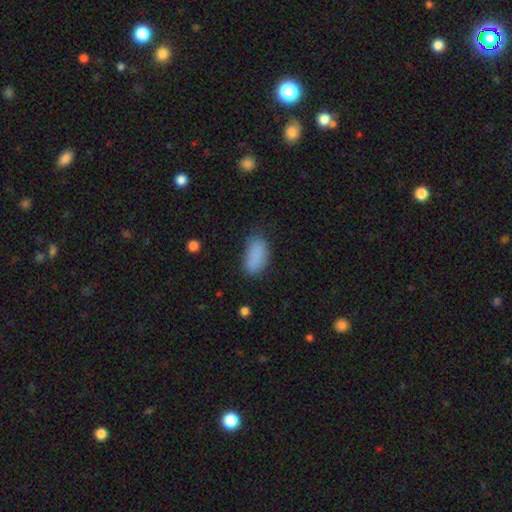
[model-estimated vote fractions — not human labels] Morphology: type=smooth (87%); roundness=in between (91%); merging=none (72%).